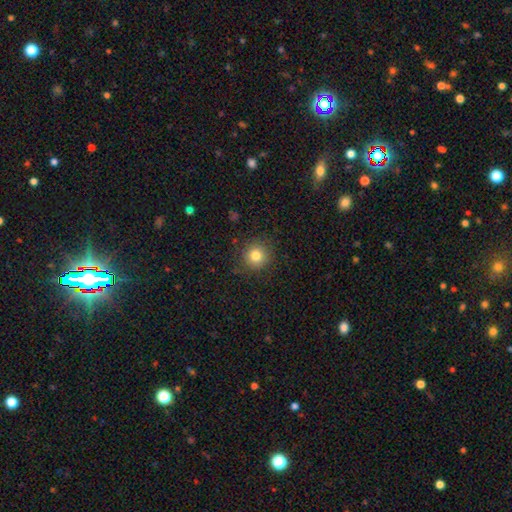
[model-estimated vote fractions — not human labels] smooth_or_featured: smooth (p=0.80) [alt: star or artifact p=0.12]
how_rounded: round (p=0.93) [alt: in between p=0.06]
merging: none (p=0.88) [alt: minor disturbance p=0.08]